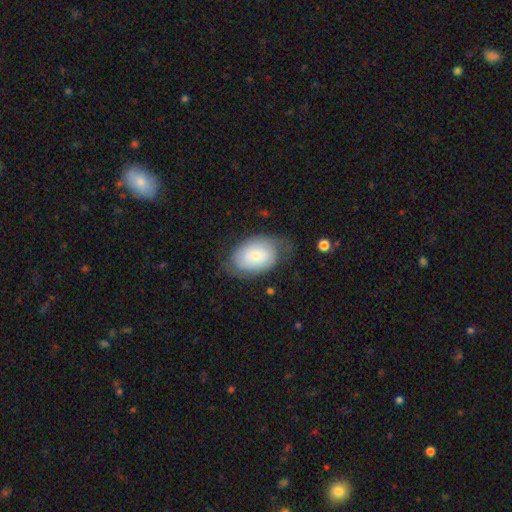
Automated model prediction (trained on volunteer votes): smooth-or-featured: smooth: 60% | featured or disk: 34% | star or artifact: 7%
  how-rounded: in between: 83% | round: 16% | cigar-shaped: 1%
  merging: none: 59% | minor disturbance: 27% | major disturbance: 12% | merger: 2%